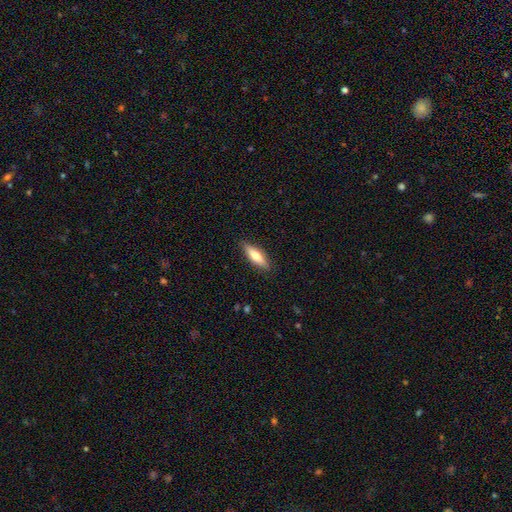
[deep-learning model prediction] smooth 67%, featured or disk 28%, star or artifact 6%. Down the decision tree: how rounded — cigar-shaped (55%); merging — none (87%).